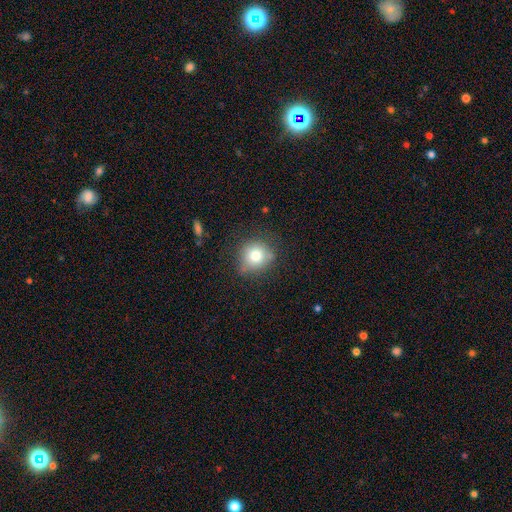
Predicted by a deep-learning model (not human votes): smooth_or_featured: smooth (p=0.75) [alt: featured or disk p=0.13]
how_rounded: round (p=0.85) [alt: in between p=0.14]
merging: none (p=0.74) [alt: minor disturbance p=0.19]